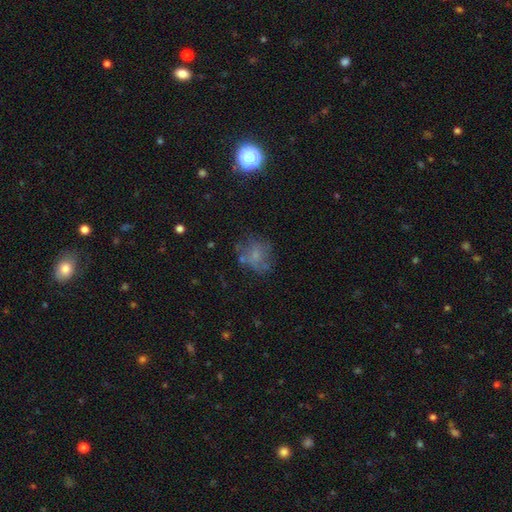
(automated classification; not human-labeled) A smooth galaxy with no disk features (48%).

Vote fractions:
- Smooth or featured? smooth: 48% / featured or disk: 33% / star or artifact: 19%
- Merging? none: 52% / minor disturbance: 22% / major disturbance: 21% / merger: 6%